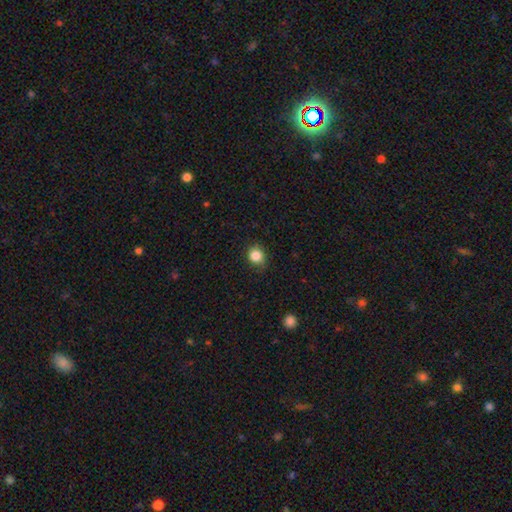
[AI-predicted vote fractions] The model was most divided on "how rounded": round: 80%, in between: 19%, cigar-shaped: 1%. More confident: smooth or featured — smooth (85%); merging — none (82%).